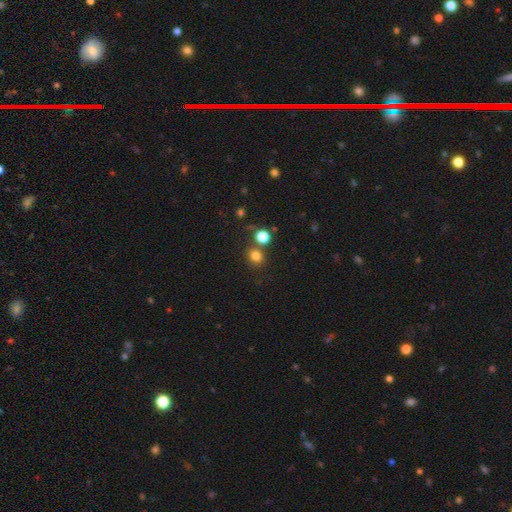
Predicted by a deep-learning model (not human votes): This appears to be a smooth galaxy with no disk features (79%) that is round (83%). Merging: none (74%).